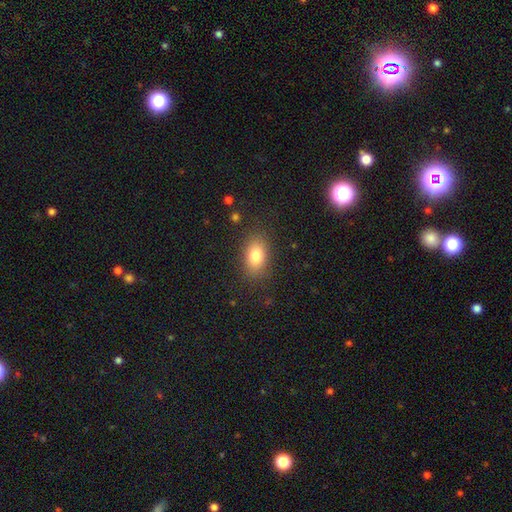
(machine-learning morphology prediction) A smooth galaxy with no disk features (80%) that is in between round and cigar-shaped (85%).

Vote fractions:
- Smooth or featured? smooth: 80% / featured or disk: 10% / star or artifact: 9%
- How rounded? in between: 85% / round: 12% / cigar-shaped: 3%
- Merging? none: 85% / minor disturbance: 10% / major disturbance: 4% / merger: 1%